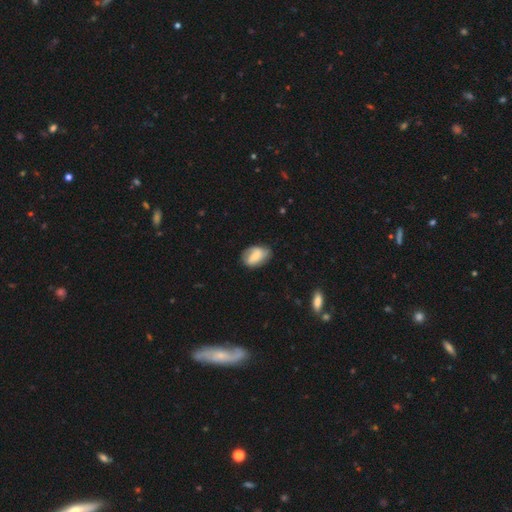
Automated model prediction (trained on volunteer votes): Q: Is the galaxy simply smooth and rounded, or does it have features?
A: smooth — 58%.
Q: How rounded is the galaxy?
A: in between — 84%.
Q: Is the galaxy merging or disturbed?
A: none — 63%.